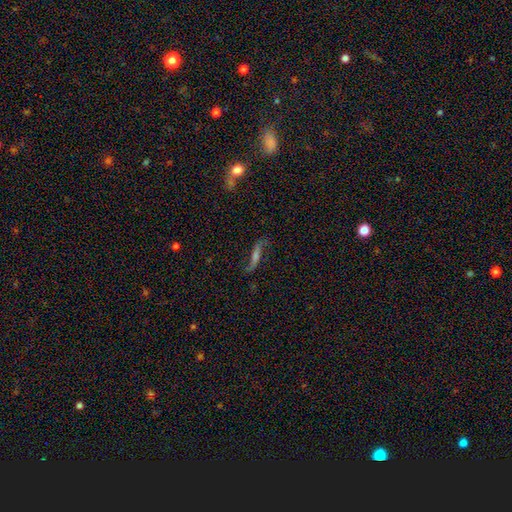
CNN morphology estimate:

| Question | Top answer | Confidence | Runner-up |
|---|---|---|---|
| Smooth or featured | featured or disk | 68% | smooth (20%) |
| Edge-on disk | no | 66% | yes (34%) |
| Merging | none | 68% | minor disturbance (17%) |